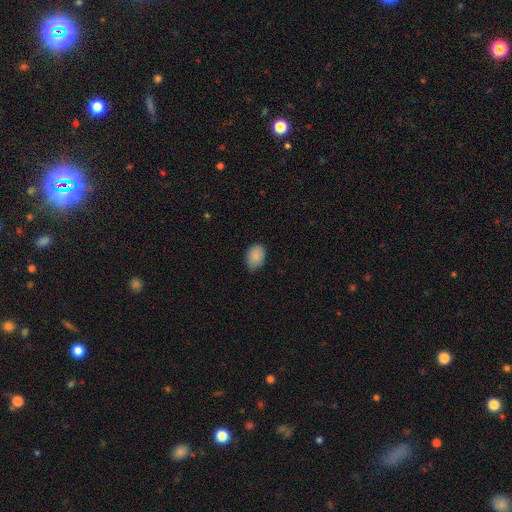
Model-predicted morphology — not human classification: A smooth galaxy with no disk features (89%) that is in between round and cigar-shaped (78%).

Vote fractions:
- Smooth or featured? smooth: 89% / star or artifact: 7% / featured or disk: 4%
- How rounded? in between: 78% / round: 21% / cigar-shaped: 1%
- Merging? none: 76% / minor disturbance: 21% / major disturbance: 3% / merger: 1%